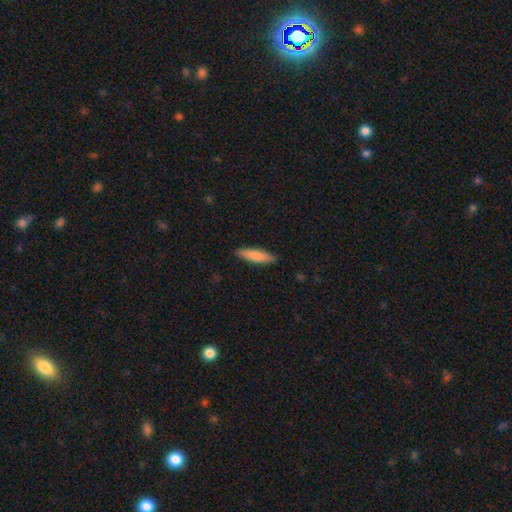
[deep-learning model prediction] Overall: smooth (82%). How rounded: cigar-shaped (69%; in between 30%). Merging: none (89%).